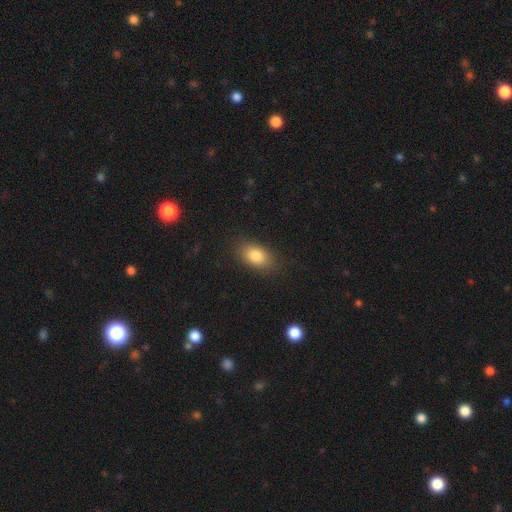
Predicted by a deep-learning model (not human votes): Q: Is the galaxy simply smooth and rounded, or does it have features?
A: smooth — 83%.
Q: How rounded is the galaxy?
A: in between — 85%.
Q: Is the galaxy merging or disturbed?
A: none — 84%.